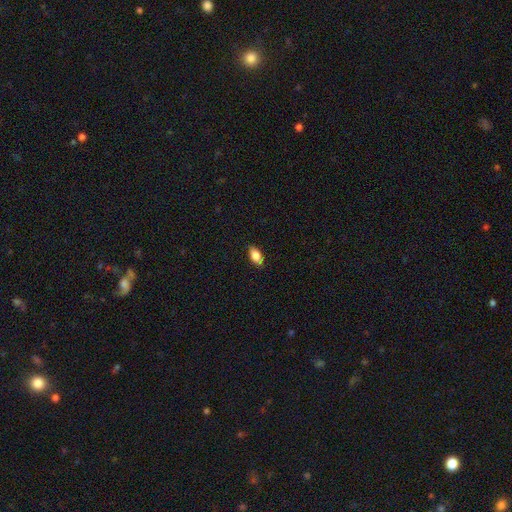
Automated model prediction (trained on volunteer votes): This appears to be a smooth galaxy with no disk features (81%) that is in between round and cigar-shaped (88%). Merging: none (84%).